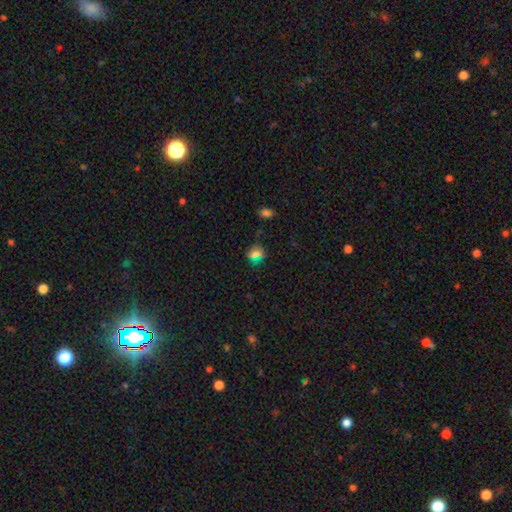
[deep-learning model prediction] smooth-or-featured: smooth: 66% | star or artifact: 24% | featured or disk: 10%
  how-rounded: round: 75% | in between: 23% | cigar-shaped: 2%
  merging: none: 80% | minor disturbance: 13% | major disturbance: 4% | merger: 3%